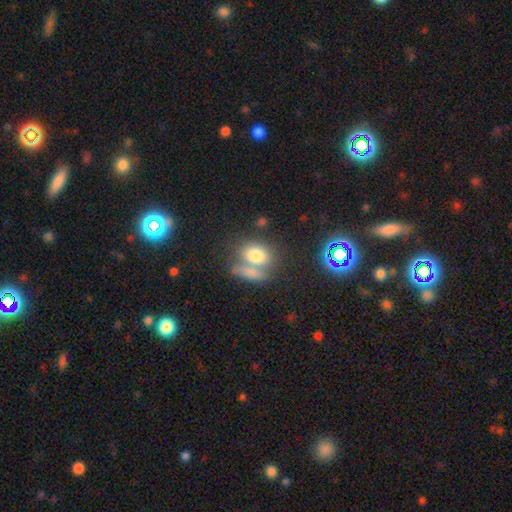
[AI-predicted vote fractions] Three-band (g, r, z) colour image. It shows a smooth galaxy with no disk features (76%) that is in between round and cigar-shaped (61%). Merging: merger (45%).